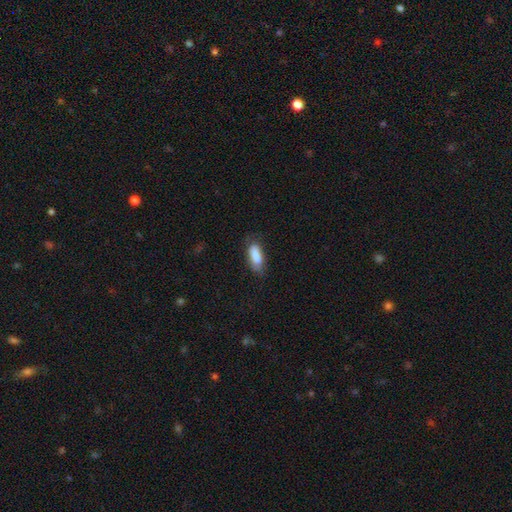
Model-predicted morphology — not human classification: Smooth or featured?
  - smooth: 83% *
  - featured or disk: 10%
  - star or artifact: 7%
How rounded?
  - in between: 74% *
  - cigar-shaped: 24%
  - round: 2%
Merging?
  - none: 68% *
  - minor disturbance: 24%
  - major disturbance: 7%
  - merger: 2%